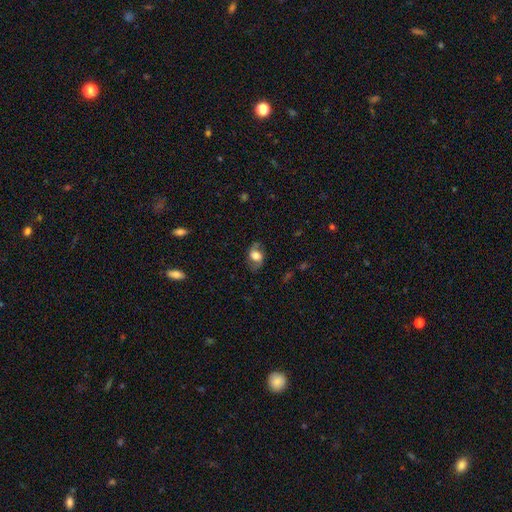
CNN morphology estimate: The model was most divided on "smooth or featured": smooth: 49%, featured or disk: 42%, star or artifact: 9%. More confident: merging — none (71%).